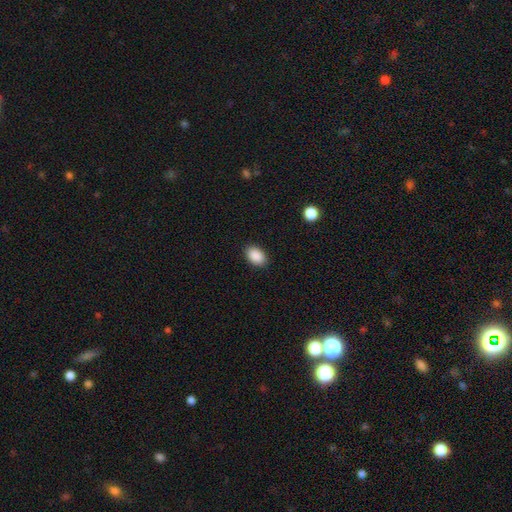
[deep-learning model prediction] A smooth galaxy with no disk features (90%) that is in between round and cigar-shaped (85%). Merging: none (89%).